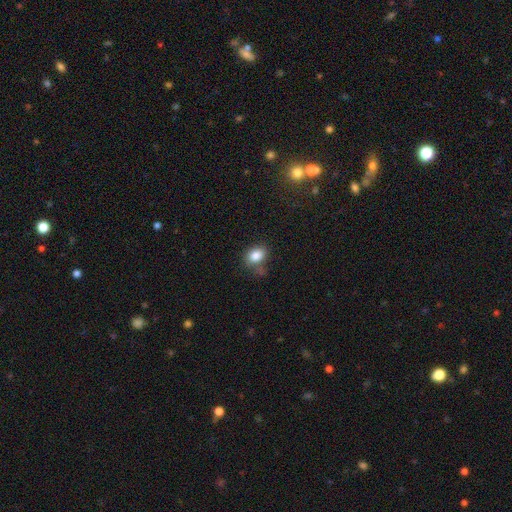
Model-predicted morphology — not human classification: type=smooth (83%); roundness=in between (67%); merging=none (64%).